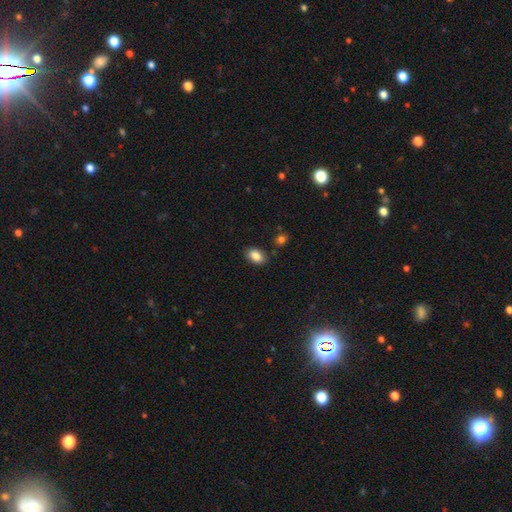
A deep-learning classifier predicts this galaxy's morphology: A smooth galaxy with no disk features (87%) that is in between round and cigar-shaped (88%). Merging: none (84%).